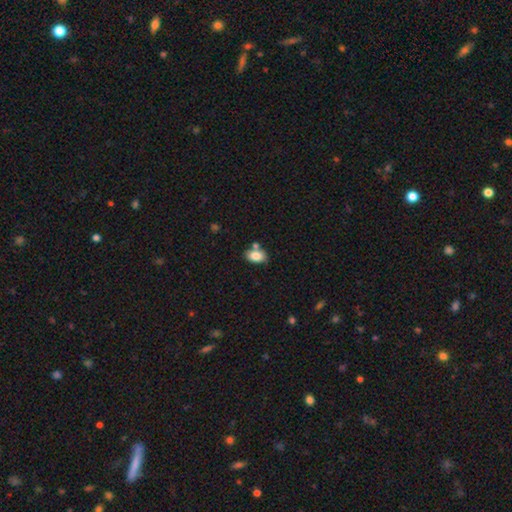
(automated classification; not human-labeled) The model was most divided on "merging": none: 62%, merger: 19%, minor disturbance: 15%, major disturbance: 4%. More confident: how rounded — in between (89%); smooth or featured — smooth (82%).